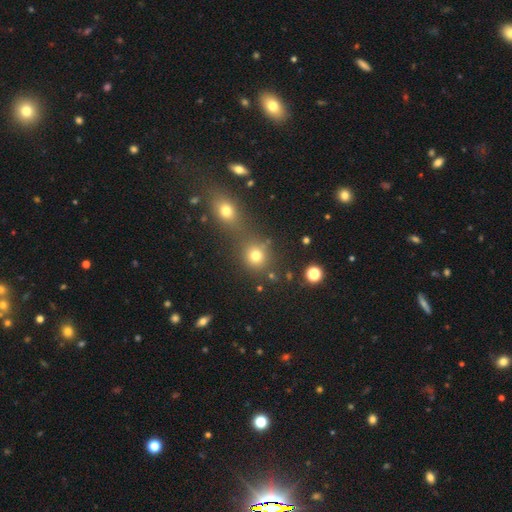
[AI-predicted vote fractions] Morphology: type=smooth (74%); roundness=round (86%); merging=none (58%).